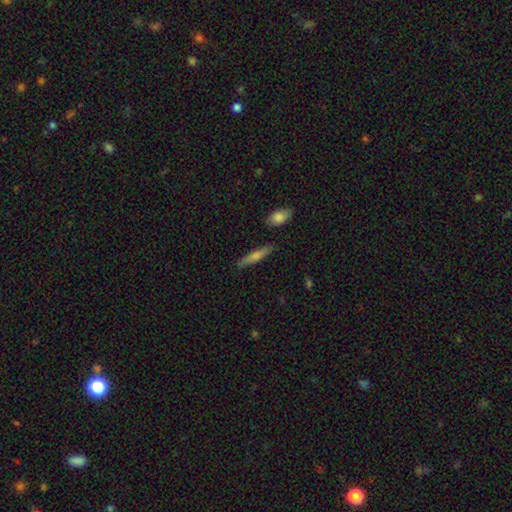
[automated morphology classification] A smooth galaxy with no disk features (58%) that is cigar-shaped (86%).

Vote fractions:
- Smooth or featured? smooth: 58% / featured or disk: 35% / star or artifact: 7%
- How rounded? cigar-shaped: 86% / in between: 12% / round: 2%
- Merging? none: 86% / minor disturbance: 10% / merger: 3% / major disturbance: 2%